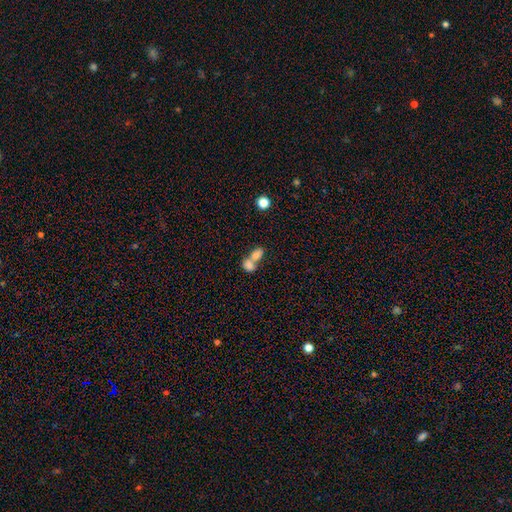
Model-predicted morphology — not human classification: Smooth or featured? smooth (76%)
How rounded? in between (78%)
Merging? merger (73%)